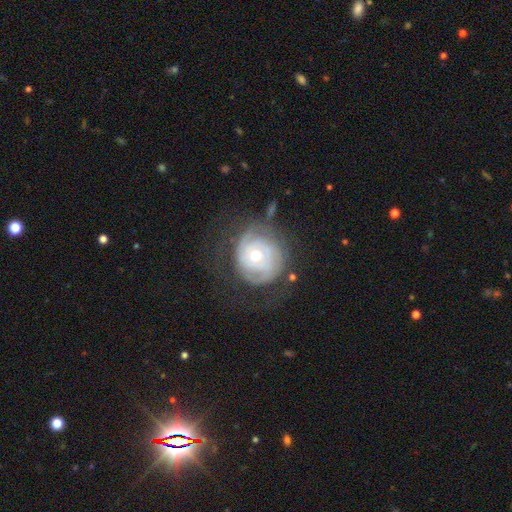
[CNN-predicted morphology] A featured or disk galaxy (76%) with no bar (78%), tight (73%) spiral arms (86%) and a moderate central bulge (64%). Merging: none (62%).